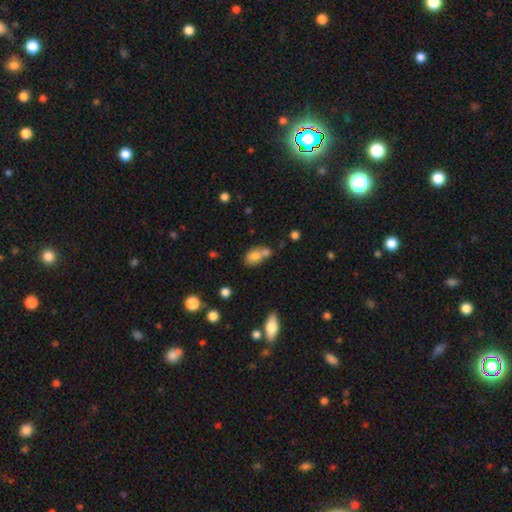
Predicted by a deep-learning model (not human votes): The model was most divided on "merging": merger: 54%, none: 30%, minor disturbance: 11%, major disturbance: 5%. More confident: smooth or featured — smooth (76%); how rounded — in between (71%).